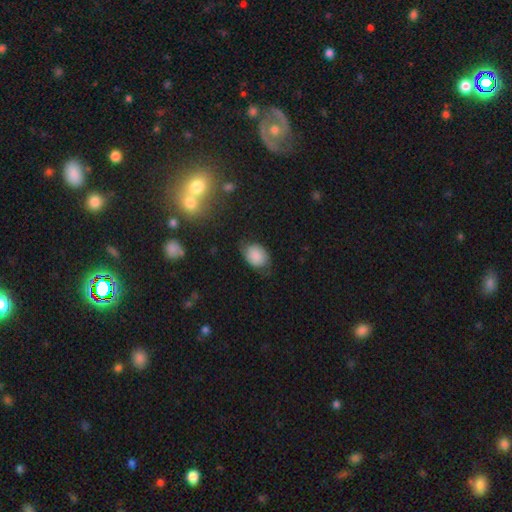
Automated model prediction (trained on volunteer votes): The model was most divided on "how rounded": in between: 67%, round: 32%, cigar-shaped: 1%. More confident: smooth or featured — smooth (80%); merging — none (66%).